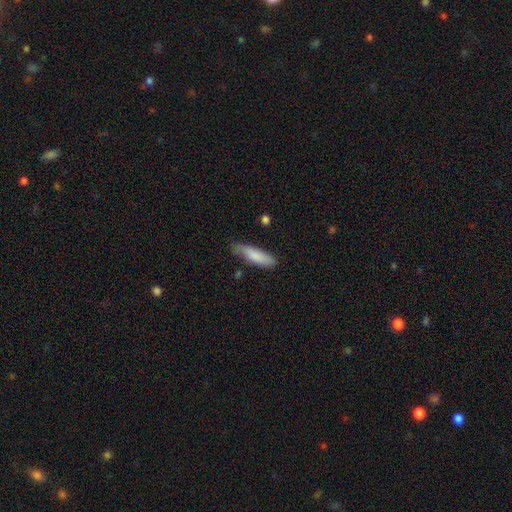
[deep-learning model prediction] This is clearly a smooth galaxy (83%). How rounded: likely cigar-shaped (67%). Merging: likely none (69%).